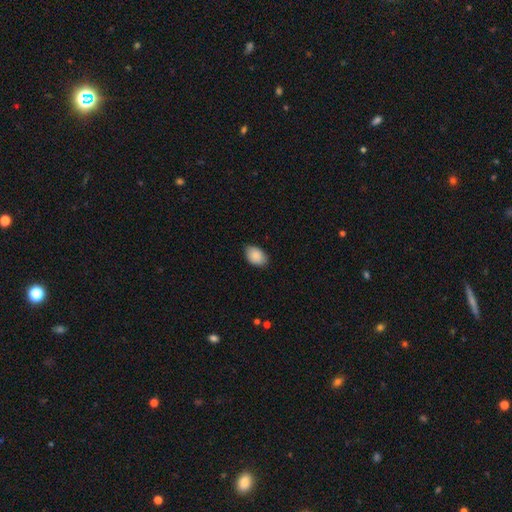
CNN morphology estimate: smooth 89%, star or artifact 7%, featured or disk 5%. Down the decision tree: how rounded — in between (86%); merging — none (81%).